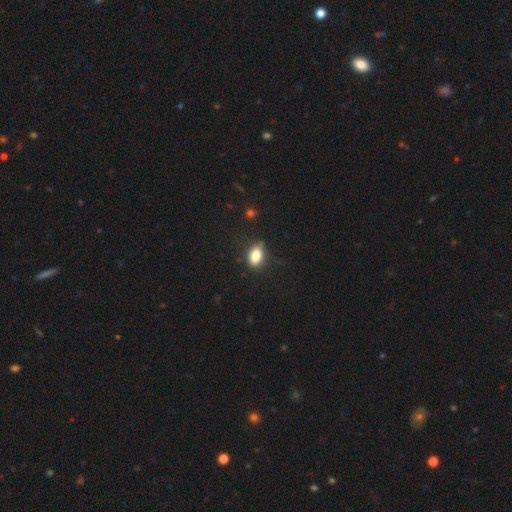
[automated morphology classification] Q: Smooth or featured?
A: smooth (82%); runner-up: featured or disk (9%)
Q: How rounded?
A: in between (86%); runner-up: round (10%)
Q: Merging?
A: none (76%); runner-up: minor disturbance (18%)